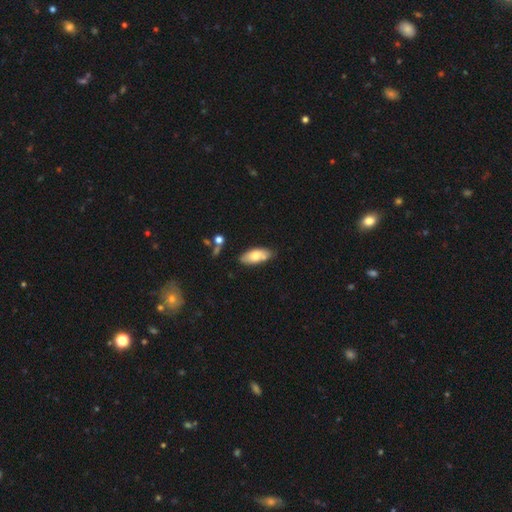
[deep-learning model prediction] Smooth or featured?
  - smooth: 71% *
  - featured or disk: 23%
  - star or artifact: 6%
How rounded?
  - in between: 84% *
  - cigar-shaped: 14%
  - round: 2%
Merging?
  - none: 74% *
  - minor disturbance: 16%
  - merger: 7%
  - major disturbance: 3%